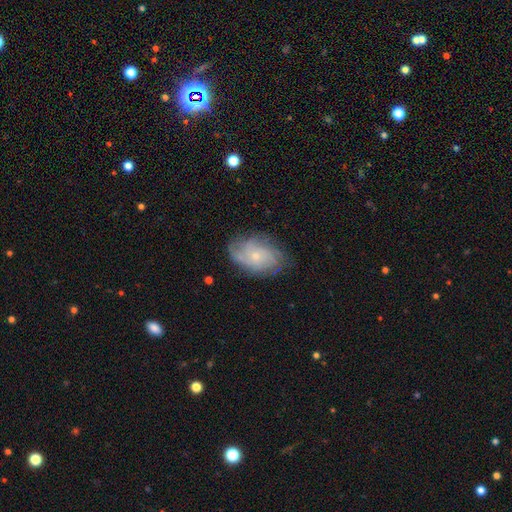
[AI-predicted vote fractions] Smooth or featured: featured or disk — 68% (smooth — 24%)
Edge-on disk: no — 96% (yes — 4%)
Bar: no — 82% (weak — 16%)
Spiral arms: yes — 88% (no — 12%)
Spiral winding: tight — 53% (medium — 33%)
Spiral arm count: can't tell — 46% (3 — 14%)
Bulge size: small — 78% (moderate — 17%)
Merging: none — 73% (minor disturbance — 19%)